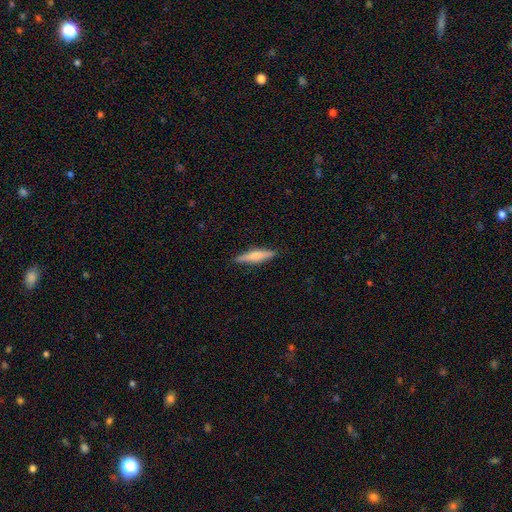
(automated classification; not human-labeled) Smooth or featured?
  - smooth: 52% *
  - featured or disk: 42%
  - star or artifact: 6%
How rounded?
  - cigar-shaped: 83% *
  - in between: 15%
  - round: 2%
Merging?
  - none: 89% *
  - minor disturbance: 8%
  - major disturbance: 2%
  - merger: 1%